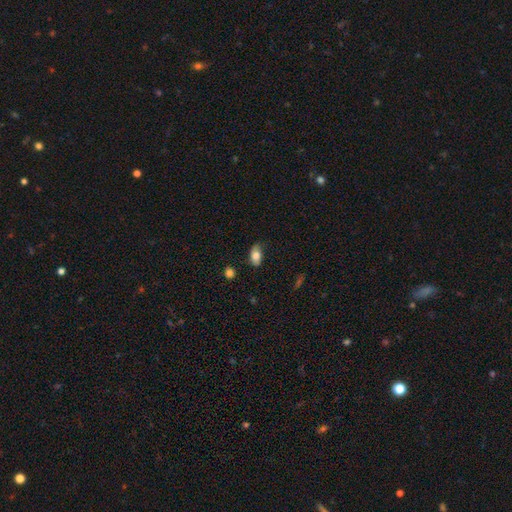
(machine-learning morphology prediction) This appears to be a smooth galaxy with no disk features (80%) that is in between round and cigar-shaped (90%). Merging: none (68%).